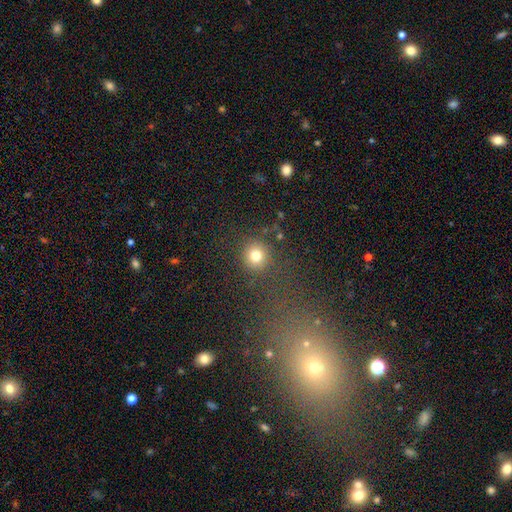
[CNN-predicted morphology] A smooth galaxy with no disk features (80%) that is round (92%).

Vote fractions:
- Smooth or featured? smooth: 80% / star or artifact: 14% / featured or disk: 7%
- How rounded? round: 92% / in between: 7% / cigar-shaped: 1%
- Merging? none: 83% / minor disturbance: 8% / merger: 5% / major disturbance: 4%